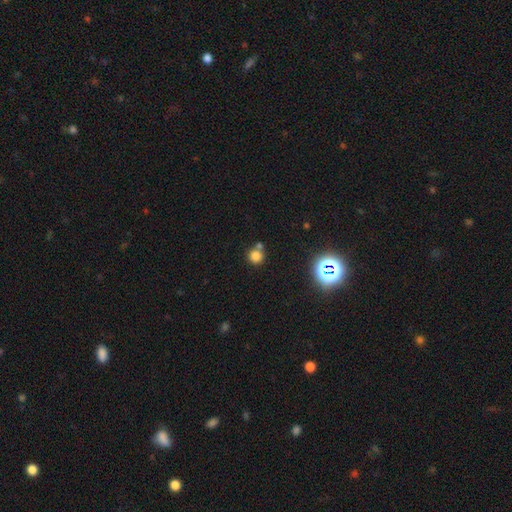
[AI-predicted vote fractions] Q: Smooth or featured?
A: smooth (77%); runner-up: star or artifact (17%)
Q: How rounded?
A: round (91%); runner-up: in between (8%)
Q: Merging?
A: none (62%); runner-up: merger (26%)